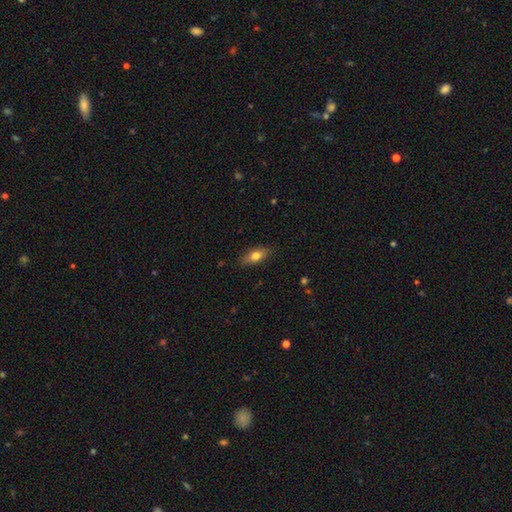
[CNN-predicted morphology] smooth 75%, featured or disk 18%, star or artifact 7%. Down the decision tree: how rounded — in between (82%); merging — none (84%).